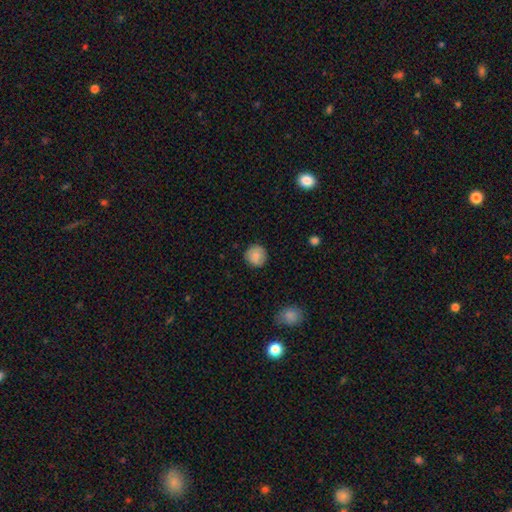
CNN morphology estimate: The model was most divided on "smooth or featured": smooth: 86%, star or artifact: 8%, featured or disk: 7%. More confident: how rounded — round (92%); merging — none (89%).